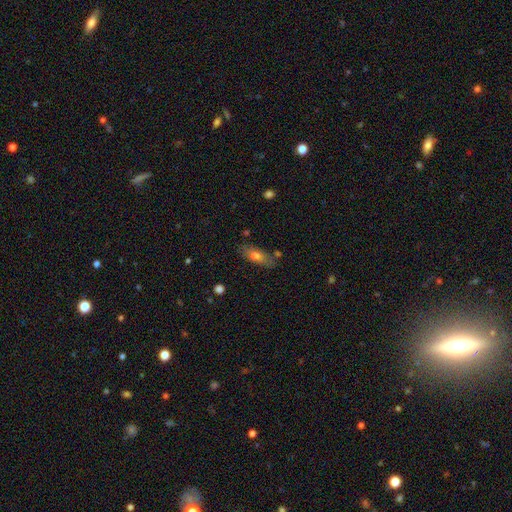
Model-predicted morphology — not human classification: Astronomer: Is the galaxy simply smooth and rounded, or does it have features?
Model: smooth — 70%.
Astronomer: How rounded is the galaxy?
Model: in between — 72%.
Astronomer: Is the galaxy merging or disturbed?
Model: none — 72%.